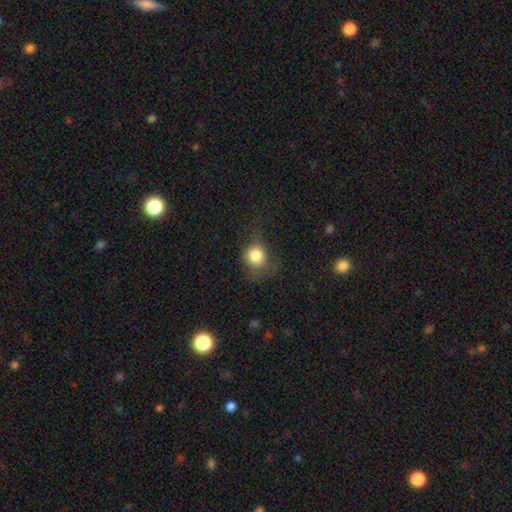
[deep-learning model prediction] Morphology: type=smooth (79%); roundness=round (72%); merging=none (54%).